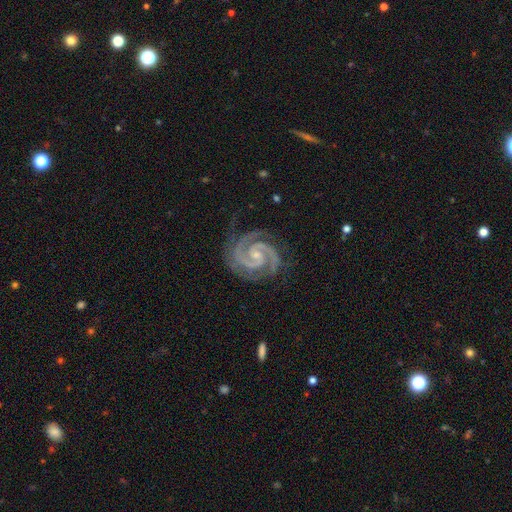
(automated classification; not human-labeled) A featured or disk galaxy (94%) with no bar (47%), 2 (89%) tight (64%) spiral arms (99%) and a small central bulge (70%).

Vote fractions:
- Smooth or featured? featured or disk: 94% / star or artifact: 4% / smooth: 2%
- Edge-on disk? no: 98% / yes: 2%
- Bar? no: 47% / weak: 37% / strong: 16%
- Spiral arms? yes: 99% / no: 1%
- Spiral winding? tight: 64% / medium: 34% / loose: 3%
- Spiral arm count? 2: 89% / 3: 6% / can't tell: 1% / 4: 1% / 1: 1% / more than 4: 1%
- Bulge size? small: 70% / moderate: 21% / none: 7% / large: 1% / dominant: 1%
- Merging? none: 80% / minor disturbance: 14% / major disturbance: 4% / merger: 1%